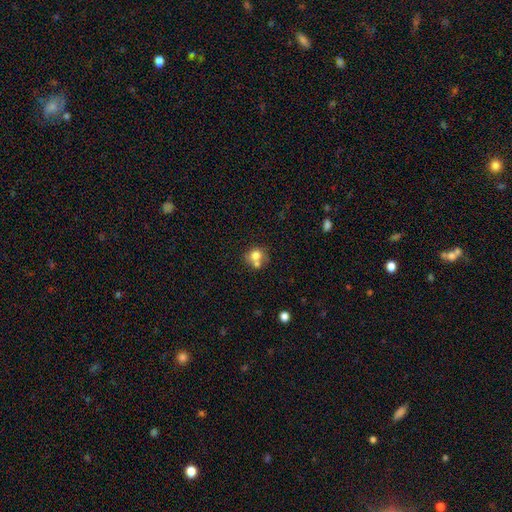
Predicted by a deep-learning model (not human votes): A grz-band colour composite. It shows a smooth galaxy with no disk features (74%) that is round (79%). Merging: none (46%).